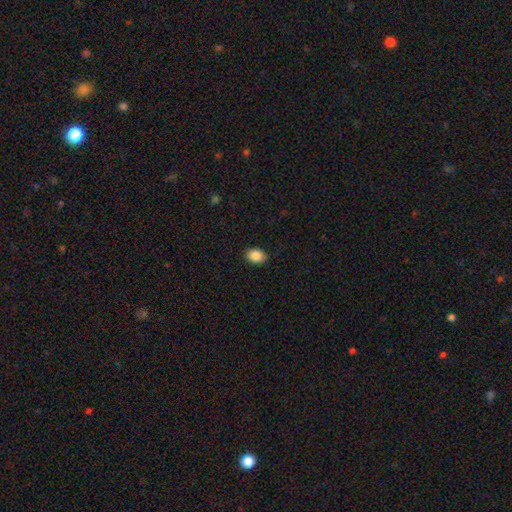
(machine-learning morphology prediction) This is clearly a smooth galaxy (89%). How rounded: likely in between (72%). Merging: clearly none (89%).